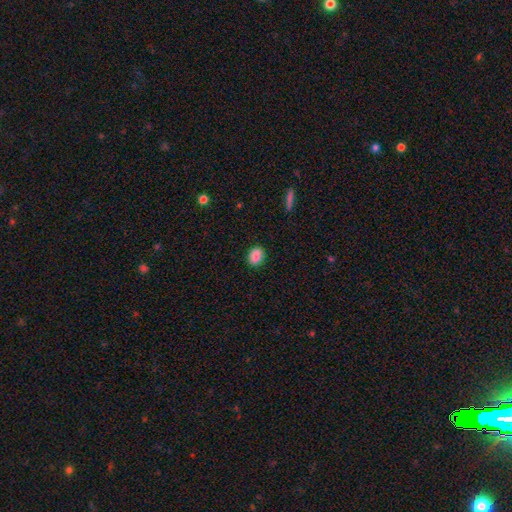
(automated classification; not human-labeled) smooth_or_featured: smooth (p=0.88) [alt: star or artifact p=0.08]
how_rounded: in between (p=0.67) [alt: round p=0.32]
merging: none (p=0.89) [alt: minor disturbance p=0.08]